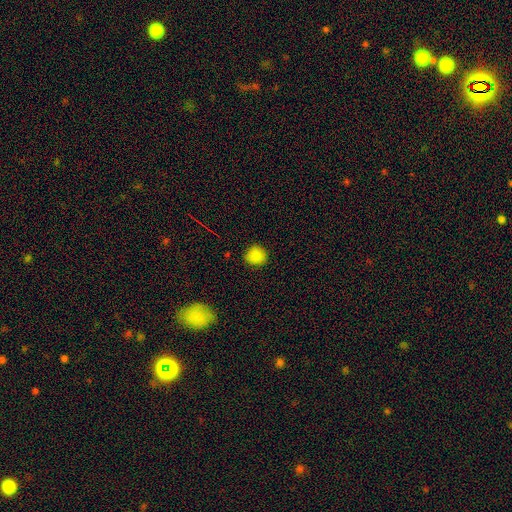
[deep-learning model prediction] A smooth galaxy with no disk features (85%) that is round (89%). Merging: none (87%).